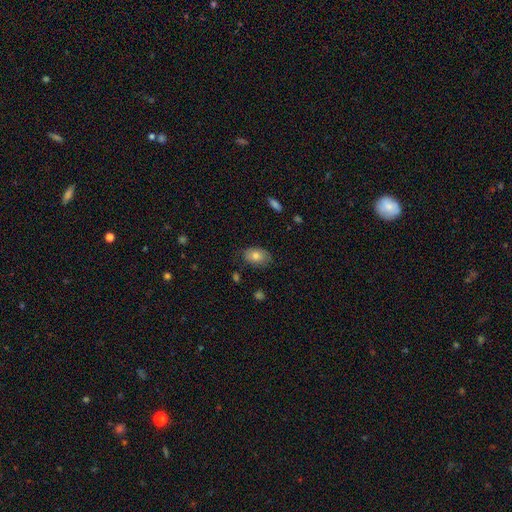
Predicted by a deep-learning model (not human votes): This is likely a smooth galaxy (76%). How rounded: clearly in between (82%). Merging: likely none (75%).